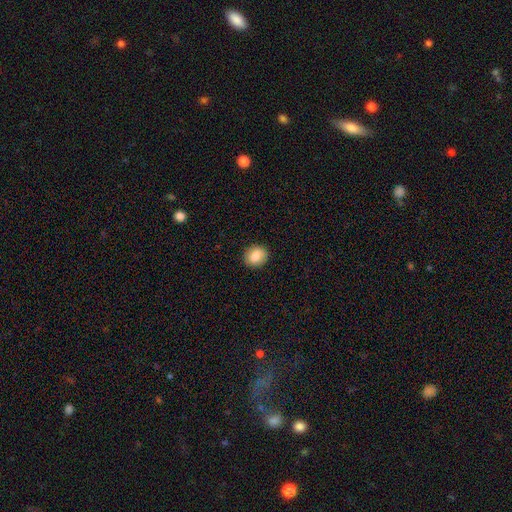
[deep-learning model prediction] Smooth or featured: smooth — 84% (star or artifact — 8%)
How rounded: round — 73% (in between — 26%)
Merging: none — 91% (minor disturbance — 6%)